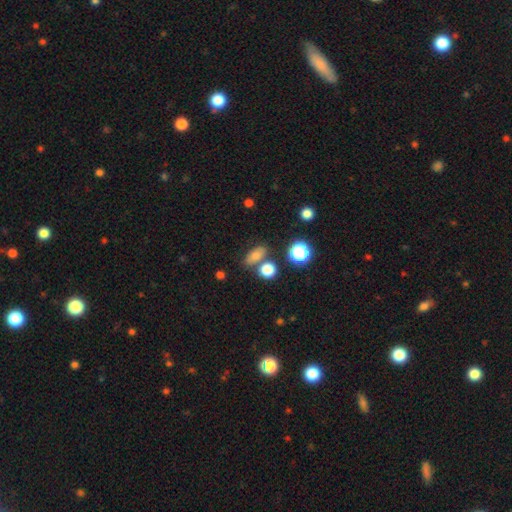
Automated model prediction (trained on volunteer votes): Overall: smooth (72%). How rounded: in between (68%). Merging: none (69%).